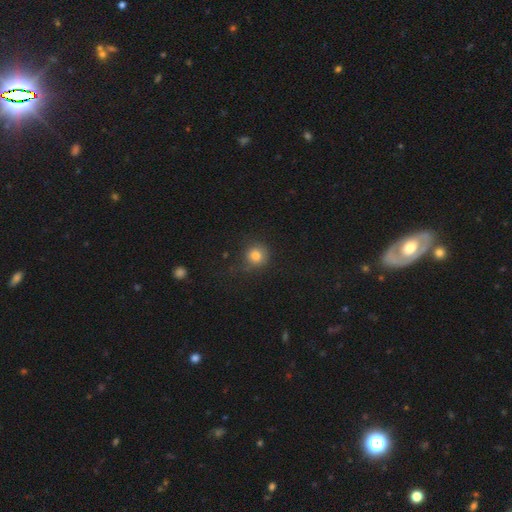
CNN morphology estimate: Smooth or featured: smooth — 79% (star or artifact — 13%)
How rounded: round — 91% (in between — 8%)
Merging: none — 75% (minor disturbance — 16%)